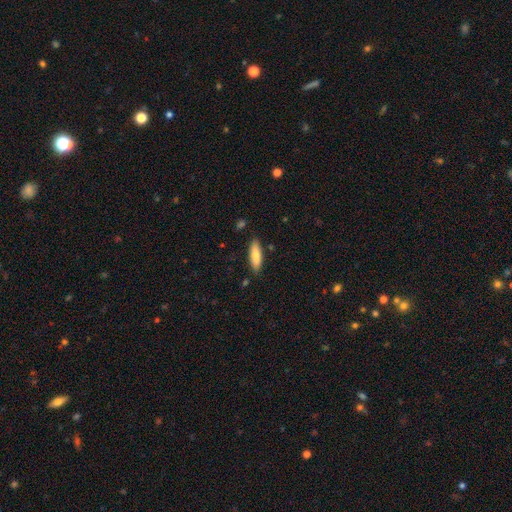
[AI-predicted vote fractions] smooth 82%, featured or disk 12%, star or artifact 6%. Down the decision tree: how rounded — cigar-shaped (52%); merging — none (85%).